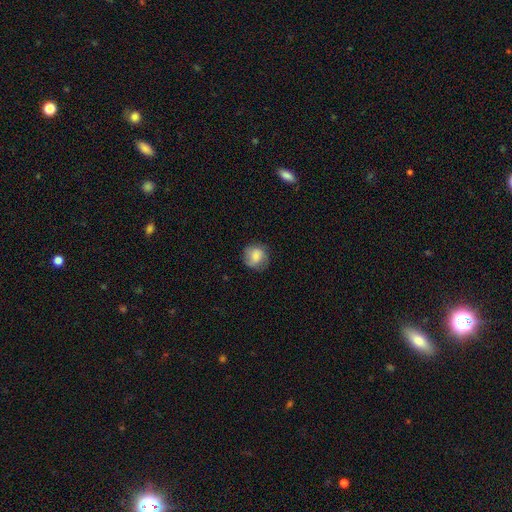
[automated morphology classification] This appears to be a smooth galaxy with no disk features (74%) that is round (86%). Merging: none (75%).